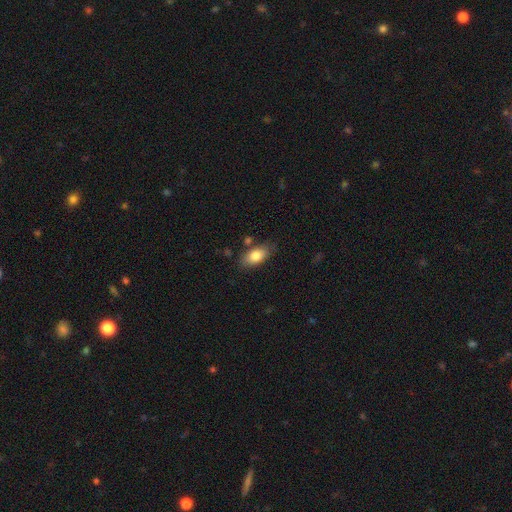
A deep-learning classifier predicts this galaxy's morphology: Smooth or featured? smooth (82%)
How rounded? in between (89%)
Merging? none (76%)